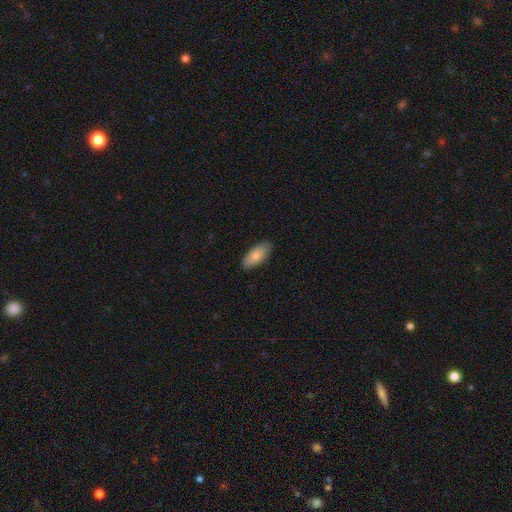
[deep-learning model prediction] Smooth or featured? Predicted: smooth (p=0.82). How rounded? Predicted: in between (p=0.85). Merging? Predicted: none (p=0.87).